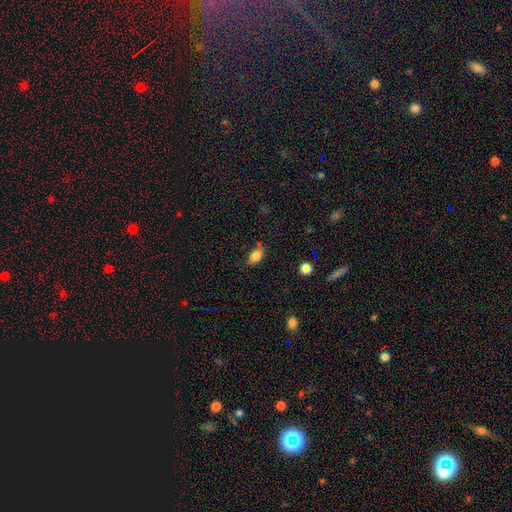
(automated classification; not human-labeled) smooth 83%, star or artifact 9%, featured or disk 8%. Down the decision tree: how rounded — in between (88%); merging — none (70%).